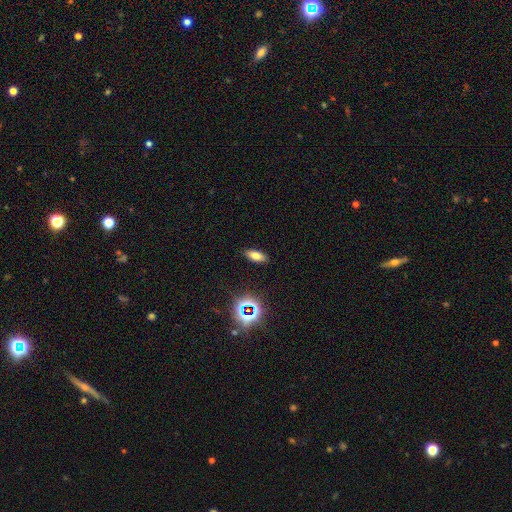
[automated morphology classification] Q: Smooth or featured?
A: smooth (71%); runner-up: star or artifact (18%)
Q: How rounded?
A: in between (81%); runner-up: cigar-shaped (14%)
Q: Merging?
A: none (88%); runner-up: minor disturbance (8%)